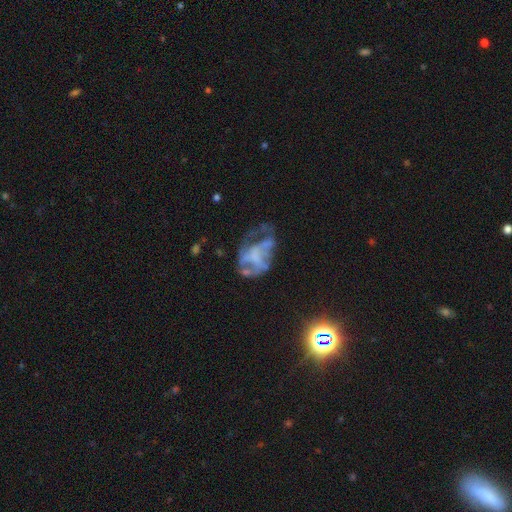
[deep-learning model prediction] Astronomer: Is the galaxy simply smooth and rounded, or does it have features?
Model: featured or disk — 64%.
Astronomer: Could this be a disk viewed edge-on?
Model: no — 98%.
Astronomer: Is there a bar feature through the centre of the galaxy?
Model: no — 77%.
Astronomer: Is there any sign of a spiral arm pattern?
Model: no — 69%.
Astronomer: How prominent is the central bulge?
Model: none — 69%.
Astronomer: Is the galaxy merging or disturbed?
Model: major disturbance — 44% (runner-up: none, 28%).